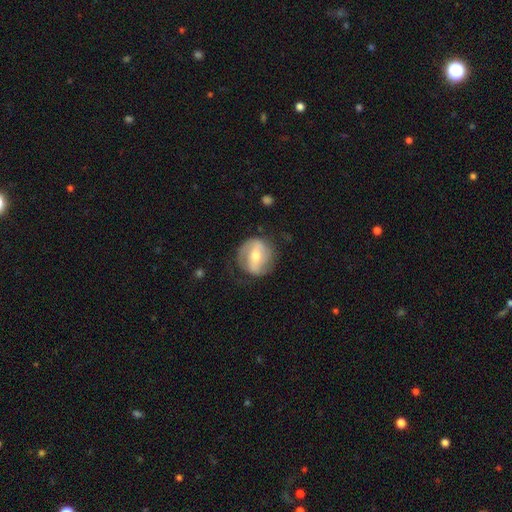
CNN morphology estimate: type=featured or disk (66%); edge-on=no (96%); bar=strong (46%); spiral arms=yes (76%); bulge=moderate (64%); merging=none (68%).